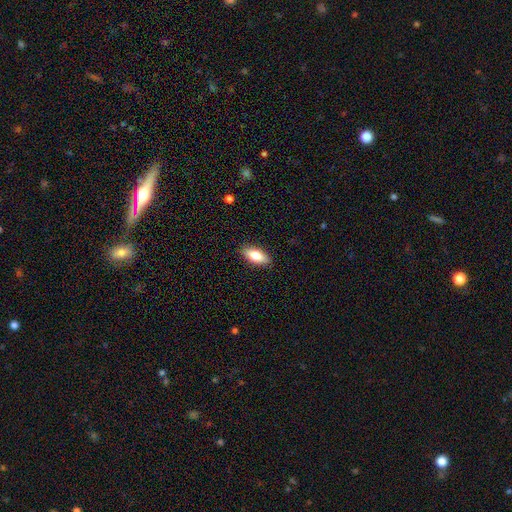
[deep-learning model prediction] A smooth galaxy with no disk features (76%) that is in between round and cigar-shaped (82%). Merging: none (88%).